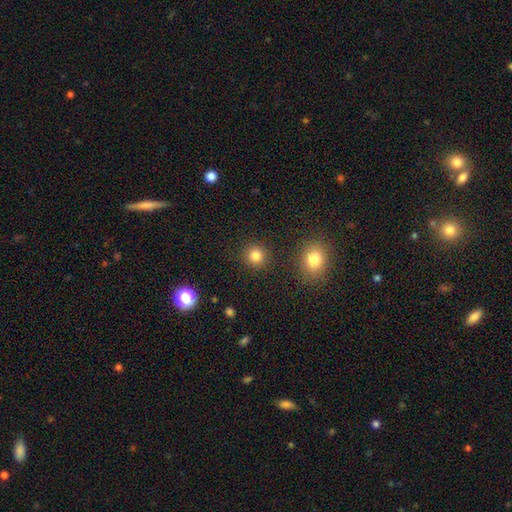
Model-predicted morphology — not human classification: Smooth or featured: smooth — 84% (star or artifact — 12%)
How rounded: round — 92% (in between — 8%)
Merging: none — 89% (minor disturbance — 6%)